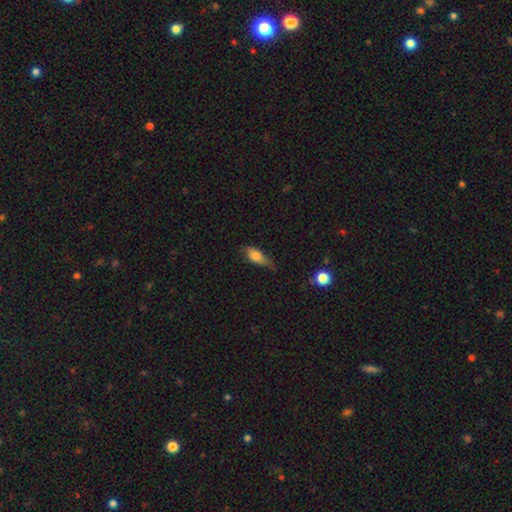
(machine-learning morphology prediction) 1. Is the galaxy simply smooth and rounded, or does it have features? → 72% smooth, 20% featured or disk, 8% star or artifact.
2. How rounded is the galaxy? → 74% in between, 21% cigar-shaped, 5% round.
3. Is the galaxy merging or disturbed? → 48% none, 39% minor disturbance, 11% major disturbance, 2% merger.